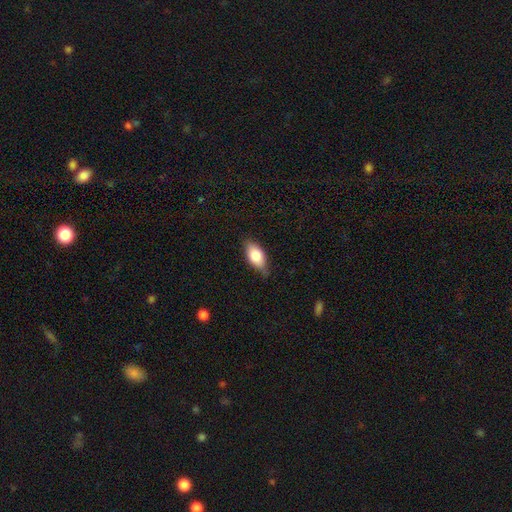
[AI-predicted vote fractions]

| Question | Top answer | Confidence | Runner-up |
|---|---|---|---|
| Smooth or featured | smooth | 79% | featured or disk (15%) |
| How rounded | in between | 89% | cigar-shaped (7%) |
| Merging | none | 73% | minor disturbance (22%) |